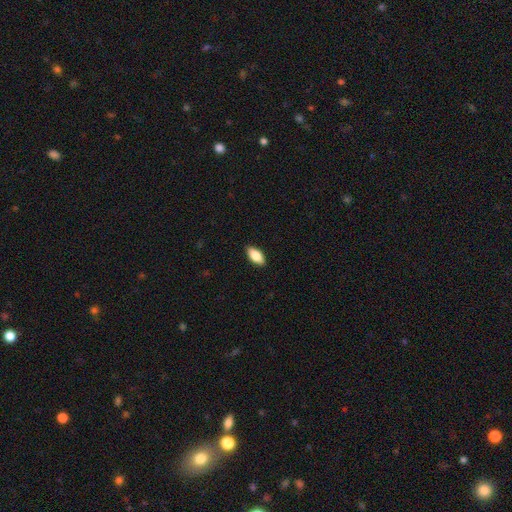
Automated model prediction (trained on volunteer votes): smooth_or_featured: smooth (p=0.83) [alt: featured or disk p=0.11]
how_rounded: in between (p=0.90) [alt: cigar-shaped p=0.08]
merging: none (p=0.89) [alt: minor disturbance p=0.08]